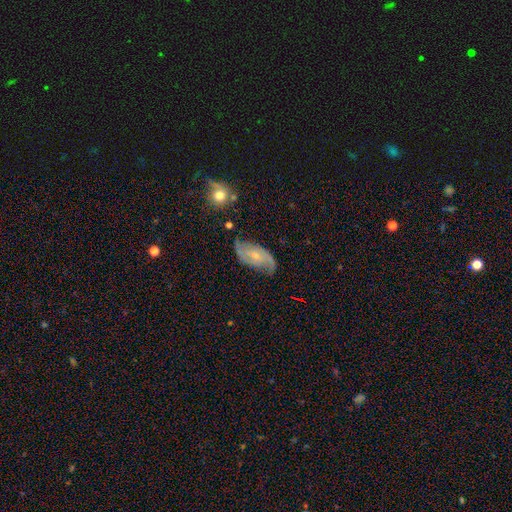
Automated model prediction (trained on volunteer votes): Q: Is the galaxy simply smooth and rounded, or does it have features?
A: featured or disk — 78%.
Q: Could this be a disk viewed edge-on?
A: no — 95%.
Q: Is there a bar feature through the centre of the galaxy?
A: no — 52%.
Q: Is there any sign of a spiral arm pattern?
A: yes — 94%.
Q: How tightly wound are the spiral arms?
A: medium — 45%.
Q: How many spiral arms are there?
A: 2 — 79%.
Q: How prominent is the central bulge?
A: small — 67%.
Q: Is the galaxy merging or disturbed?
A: none — 66%.